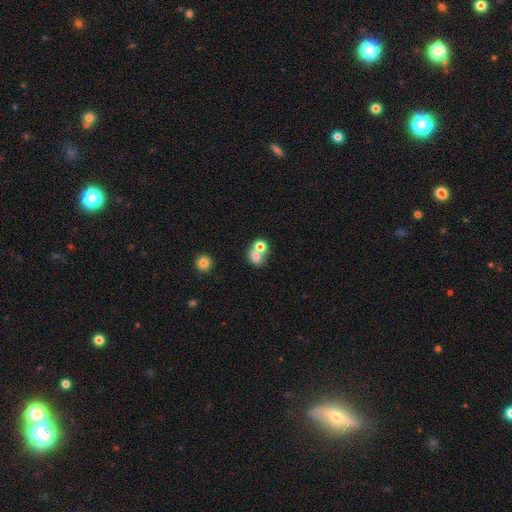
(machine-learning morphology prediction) This appears to be a smooth galaxy with no disk features (70%) that is round (64%). Merging: merger (60%).